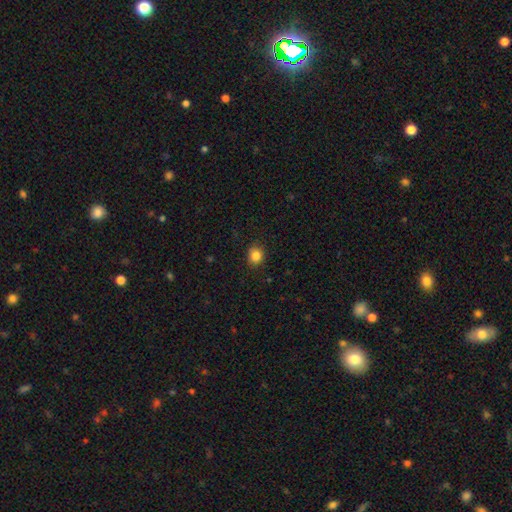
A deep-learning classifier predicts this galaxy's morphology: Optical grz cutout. It shows a smooth galaxy with no disk features (84%) that is round (77%). Merging: none (88%).